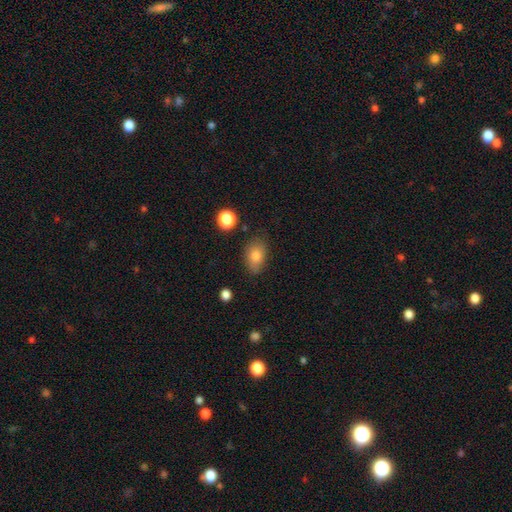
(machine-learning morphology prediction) Smooth or featured: smooth — 80% (featured or disk — 10%)
How rounded: in between — 81% (round — 17%)
Merging: none — 76% (minor disturbance — 18%)